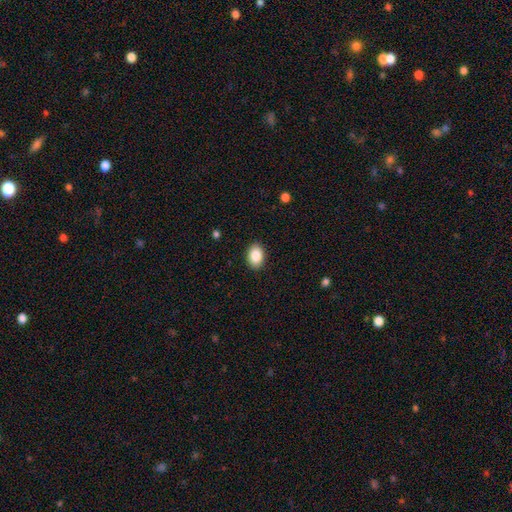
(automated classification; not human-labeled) Smooth or featured: smooth — 87% (star or artifact — 7%)
How rounded: in between — 82% (round — 17%)
Merging: none — 90% (minor disturbance — 7%)